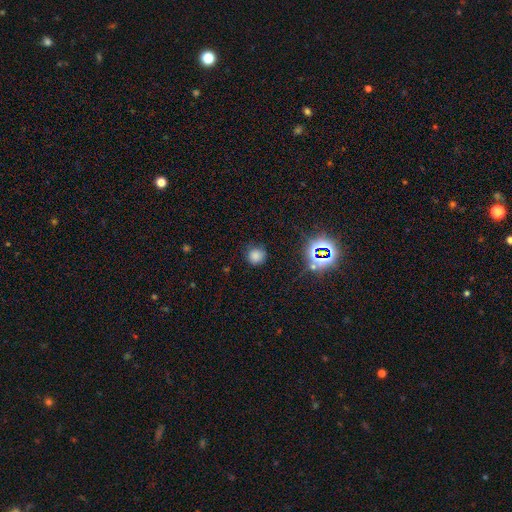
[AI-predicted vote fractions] A smooth galaxy with no disk features (75%) that is round (91%). Merging: none (82%).